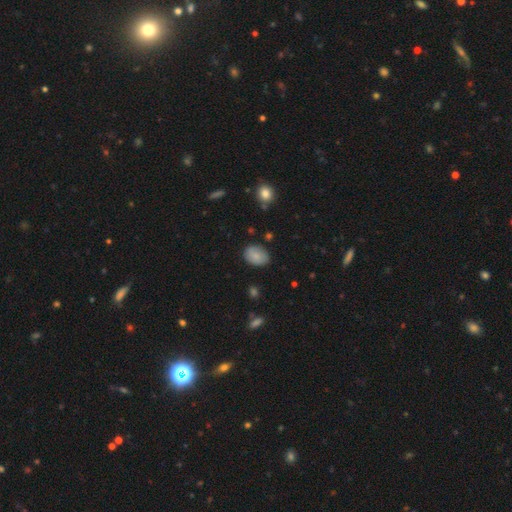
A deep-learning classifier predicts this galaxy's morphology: smooth 82%, featured or disk 10%, star or artifact 8%. Down the decision tree: how rounded — in between (75%); merging — none (80%).